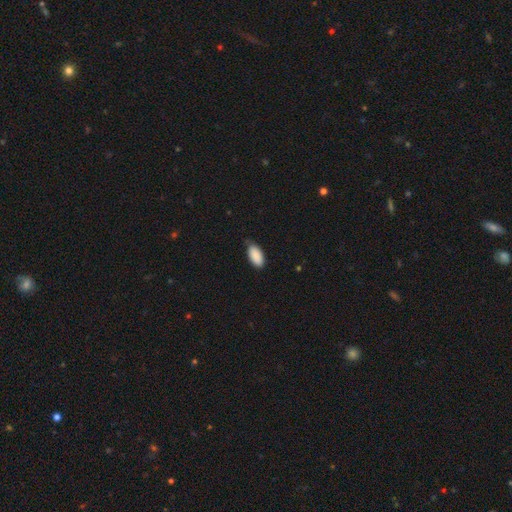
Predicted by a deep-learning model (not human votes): This is clearly a smooth galaxy (90%). How rounded: clearly in between (94%). Merging: likely none (71%).